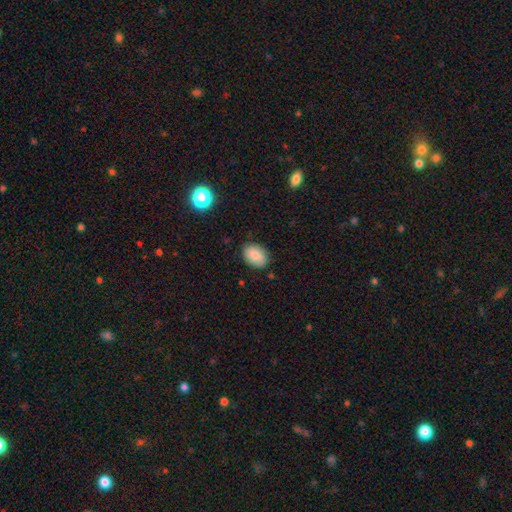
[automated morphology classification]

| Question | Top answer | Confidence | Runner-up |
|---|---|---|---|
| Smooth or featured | smooth | 84% | featured or disk (9%) |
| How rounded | in between | 77% | round (22%) |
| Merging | none | 82% | minor disturbance (14%) |